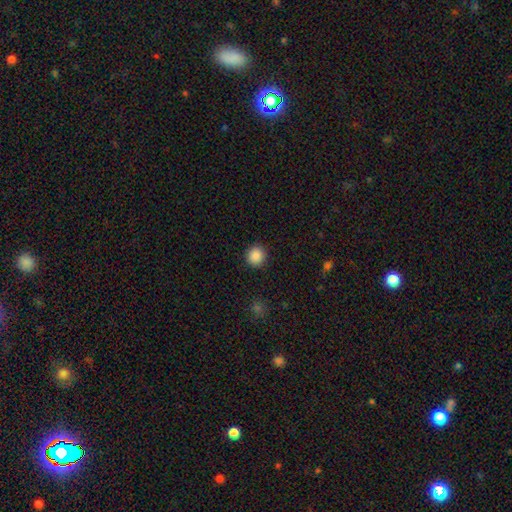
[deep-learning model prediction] Morphology: type=smooth (88%); roundness=round (94%); merging=none (92%).